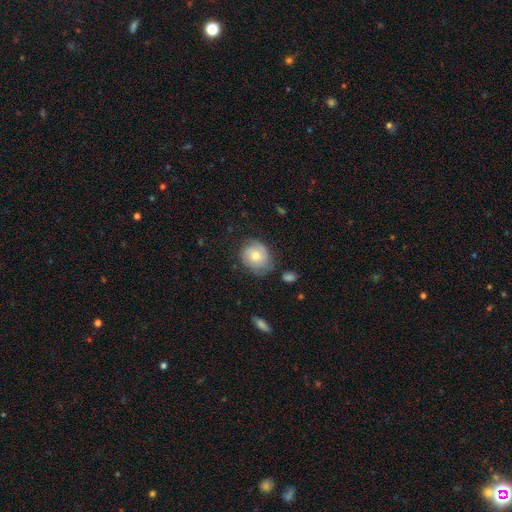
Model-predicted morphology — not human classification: smooth 64%, featured or disk 28%, star or artifact 7%. Down the decision tree: how rounded — round (68%); merging — none (63%).